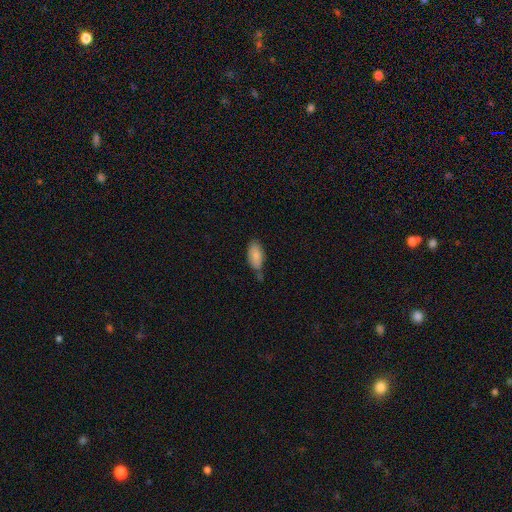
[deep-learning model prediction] Q: Smooth or featured?
A: smooth (82%); runner-up: featured or disk (11%)
Q: How rounded?
A: in between (92%); runner-up: cigar-shaped (5%)
Q: Merging?
A: none (54%); runner-up: minor disturbance (30%)